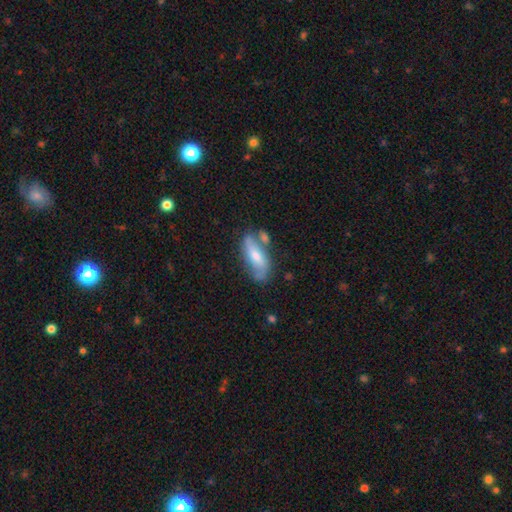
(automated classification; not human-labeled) This appears to be a featured or disk galaxy (48%). Merging: none (57%).